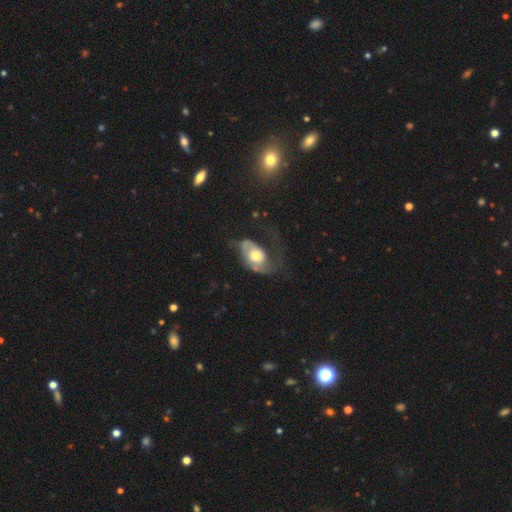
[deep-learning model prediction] Q: Smooth or featured?
A: featured or disk (63%); runner-up: smooth (31%)
Q: Edge-on disk?
A: no (95%); runner-up: yes (5%)
Q: Bar?
A: no (75%); runner-up: weak (20%)
Q: Spiral arms?
A: yes (80%); runner-up: no (20%)
Q: Bulge size?
A: moderate (63%); runner-up: large (22%)
Q: Merging?
A: major disturbance (43%); runner-up: none (32%)